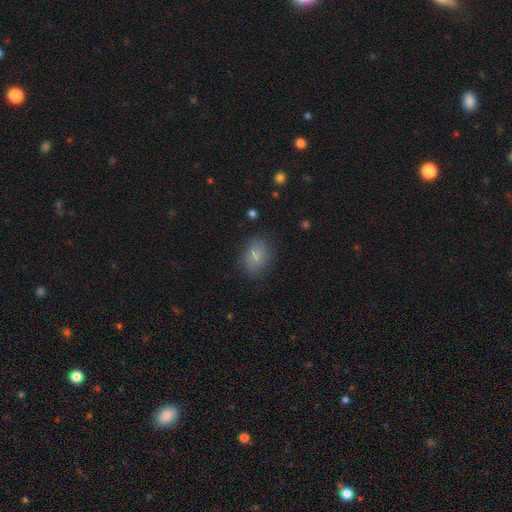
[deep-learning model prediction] Q: Smooth or featured?
A: smooth (80%); runner-up: featured or disk (10%)
Q: How rounded?
A: in between (69%); runner-up: round (29%)
Q: Merging?
A: none (76%); runner-up: minor disturbance (17%)